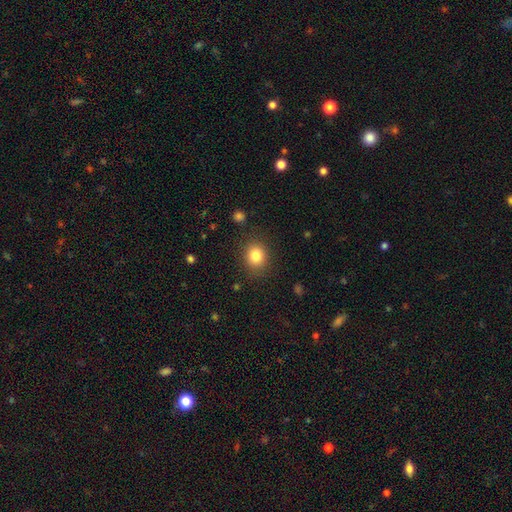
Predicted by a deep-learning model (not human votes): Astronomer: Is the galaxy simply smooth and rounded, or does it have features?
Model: smooth — 83%.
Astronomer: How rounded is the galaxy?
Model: round — 73%.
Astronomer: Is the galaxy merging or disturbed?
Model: none — 86%.